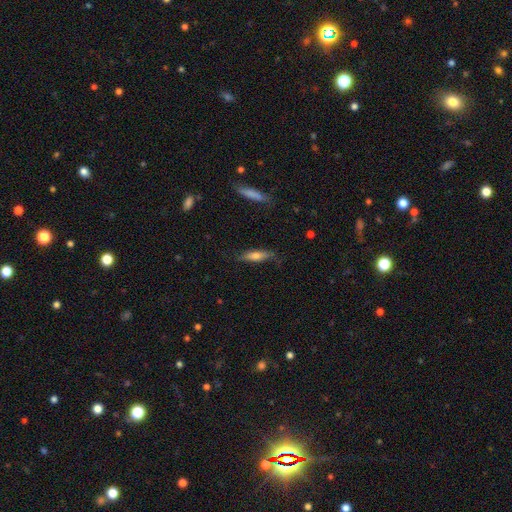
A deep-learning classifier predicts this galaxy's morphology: type=smooth (61%); roundness=cigar-shaped (71%); merging=none (74%).